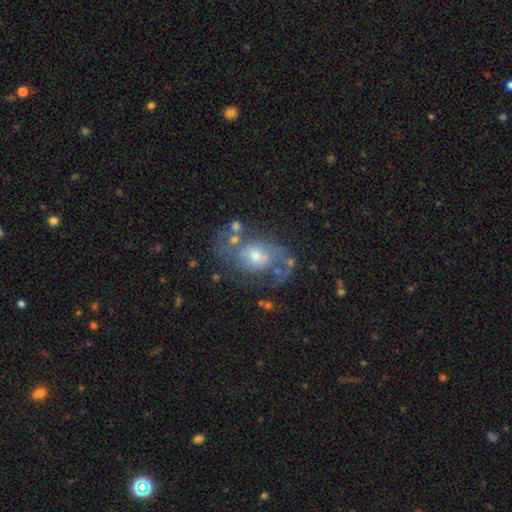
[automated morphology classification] smooth_or_featured: featured or disk (p=0.69) [alt: smooth p=0.22]
disk_edge_on: no (p=0.96) [alt: yes p=0.04]
bar: no (p=0.65) [alt: weak p=0.30]
has_spiral_arms: yes (p=0.76) [alt: no p=0.24]
spiral_winding: medium (p=0.45) [alt: loose p=0.30]
spiral_arm_count: 2 (p=0.66) [alt: can't tell p=0.18]
bulge_size: moderate (p=0.54) [alt: small p=0.36]
merging: none (p=0.52) [alt: minor disturbance p=0.21]